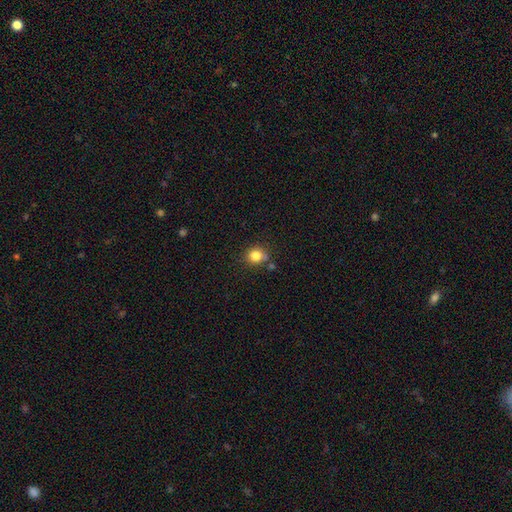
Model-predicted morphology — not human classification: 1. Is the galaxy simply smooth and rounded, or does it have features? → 82% smooth, 12% star or artifact, 6% featured or disk.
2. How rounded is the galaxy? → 80% round, 19% in between, 1% cigar-shaped.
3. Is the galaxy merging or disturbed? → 73% none, 14% minor disturbance, 9% merger, 4% major disturbance.